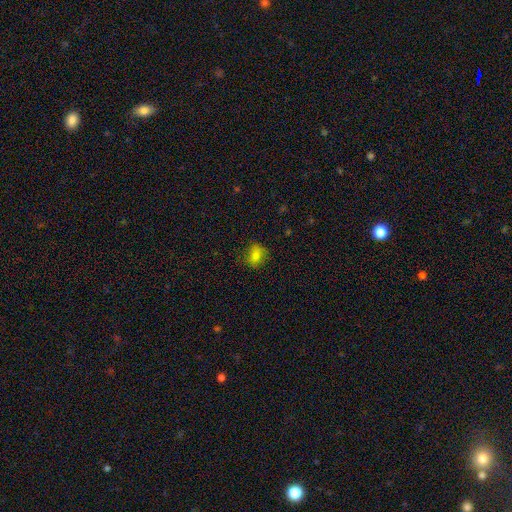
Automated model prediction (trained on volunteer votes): The model was most divided on "how rounded": in between: 58%, round: 40%, cigar-shaped: 2%. More confident: smooth or featured — smooth (78%); merging — none (74%).